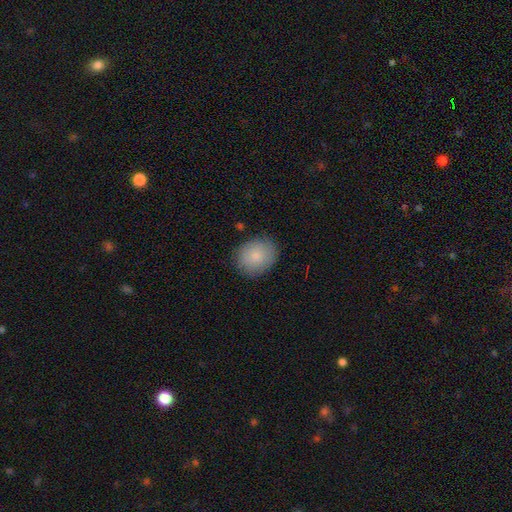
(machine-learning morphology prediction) Smooth or featured: smooth — 84% (featured or disk — 9%)
How rounded: round — 57% (in between — 42%)
Merging: none — 83% (minor disturbance — 13%)